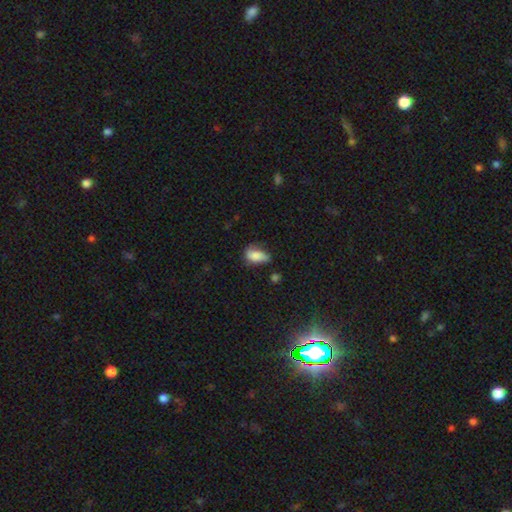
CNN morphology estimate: The model was most divided on "merging": none: 40%, minor disturbance: 38%, major disturbance: 17%, merger: 5%. More confident: how rounded — in between (89%); smooth or featured — smooth (77%).